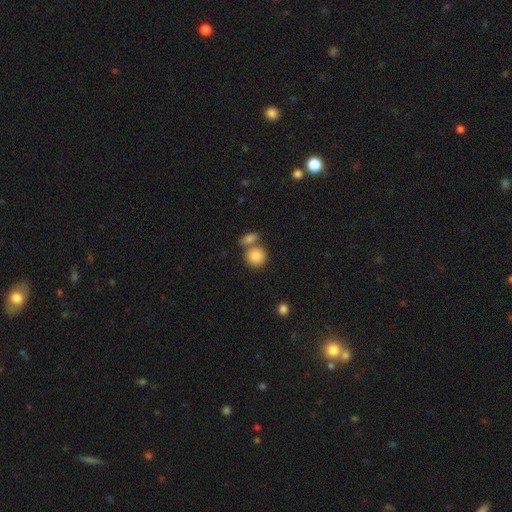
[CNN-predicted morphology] A smooth galaxy with no disk features (86%) that is round (82%). Merging: none (52%).